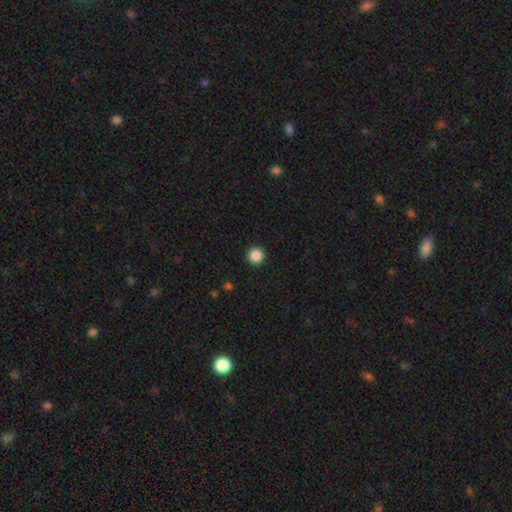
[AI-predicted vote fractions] A smooth galaxy with no disk features (87%) that is round (96%).

Vote fractions:
- Smooth or featured? smooth: 87% / star or artifact: 10% / featured or disk: 3%
- How rounded? round: 96% / in between: 3% / cigar-shaped: 1%
- Merging? none: 94% / minor disturbance: 4% / major disturbance: 1% / merger: 1%